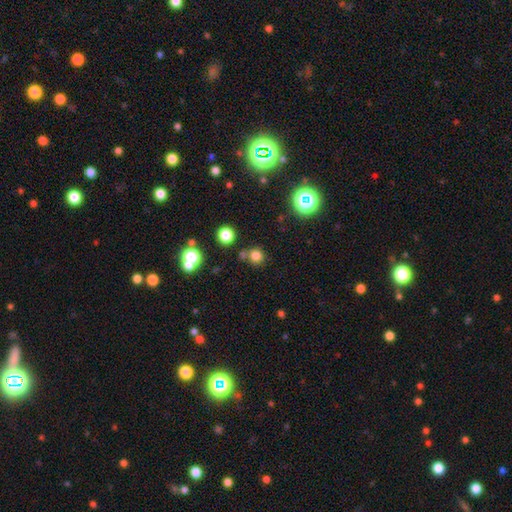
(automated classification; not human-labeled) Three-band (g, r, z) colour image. It shows a smooth galaxy with no disk features (75%) that is round (90%). Merging: none (70%).